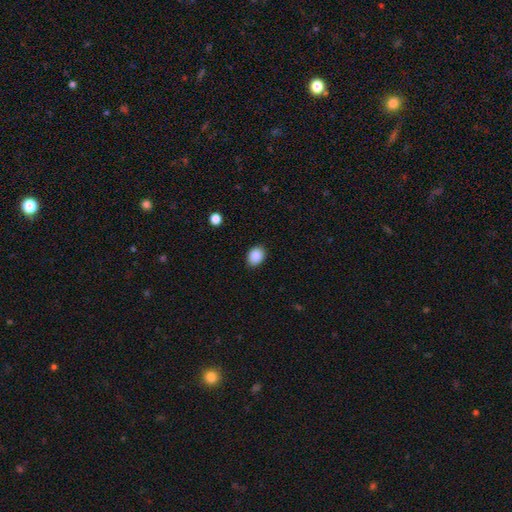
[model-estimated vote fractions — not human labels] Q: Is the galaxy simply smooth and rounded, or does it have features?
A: smooth — 88%.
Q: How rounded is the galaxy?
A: in between — 64%.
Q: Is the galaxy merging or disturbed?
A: none — 88%.